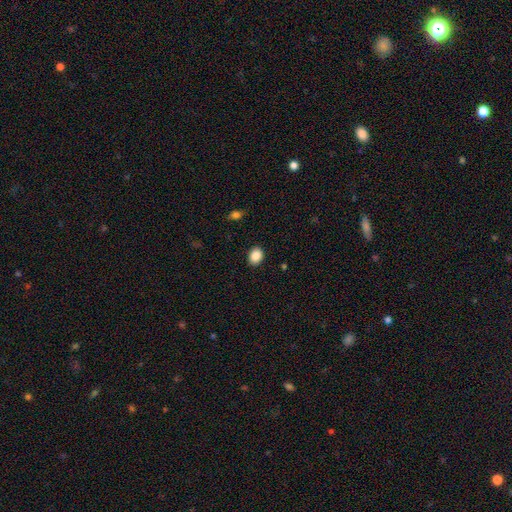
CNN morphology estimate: Smooth or featured: smooth — 88% (star or artifact — 8%)
How rounded: in between — 53% (round — 46%)
Merging: none — 90% (minor disturbance — 7%)